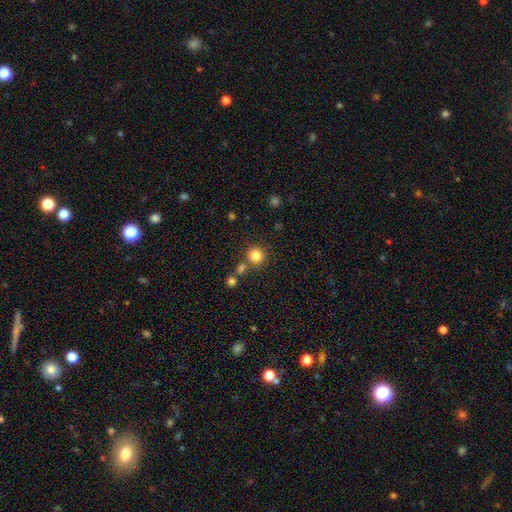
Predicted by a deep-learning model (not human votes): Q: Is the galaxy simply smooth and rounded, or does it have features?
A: smooth — 82%.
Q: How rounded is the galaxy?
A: round — 93%.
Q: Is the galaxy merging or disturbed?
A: none — 77%.